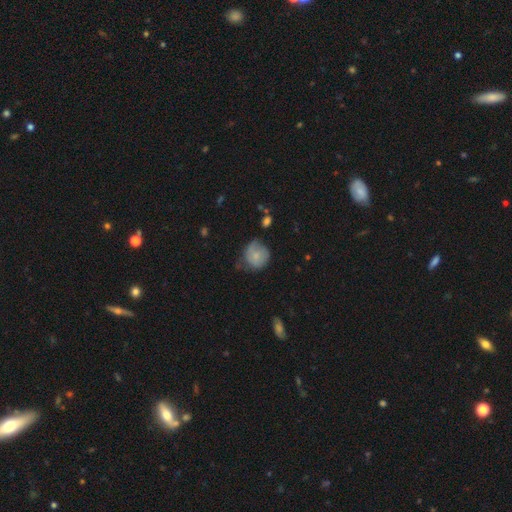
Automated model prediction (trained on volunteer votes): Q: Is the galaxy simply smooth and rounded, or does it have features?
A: smooth — 72%.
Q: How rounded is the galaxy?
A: round — 80%.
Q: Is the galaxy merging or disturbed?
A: none — 48%.